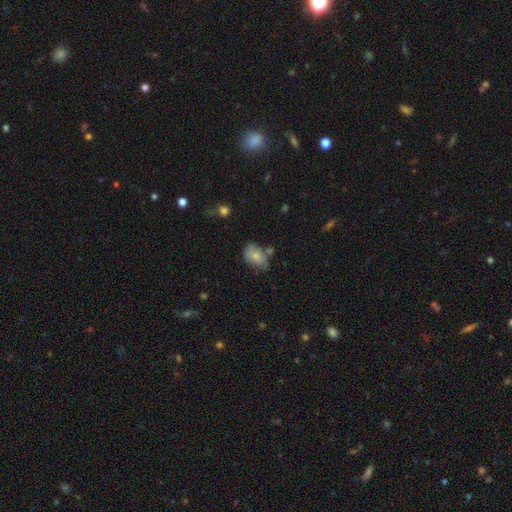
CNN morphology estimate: Smooth or featured?
  - smooth: 73% *
  - featured or disk: 19%
  - star or artifact: 8%
How rounded?
  - in between: 80% *
  - round: 18%
  - cigar-shaped: 1%
Merging?
  - none: 49% *
  - minor disturbance: 31%
  - merger: 11%
  - major disturbance: 9%